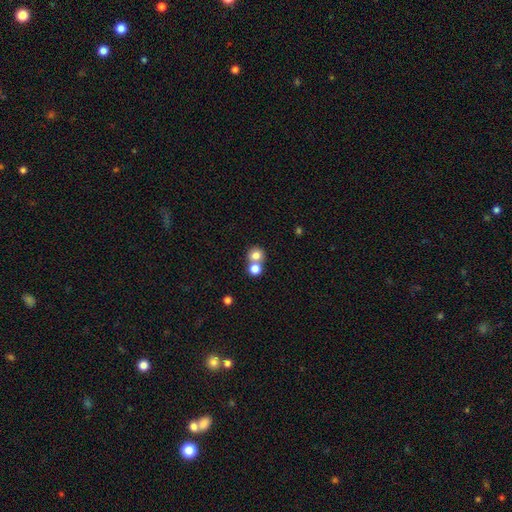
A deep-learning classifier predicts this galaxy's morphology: A smooth galaxy with no disk features (78%) that is round (86%).

Vote fractions:
- Smooth or featured? smooth: 78% / featured or disk: 11% / star or artifact: 11%
- How rounded? round: 86% / in between: 13% / cigar-shaped: 1%
- Merging? merger: 51% / none: 41% / minor disturbance: 5% / major disturbance: 3%